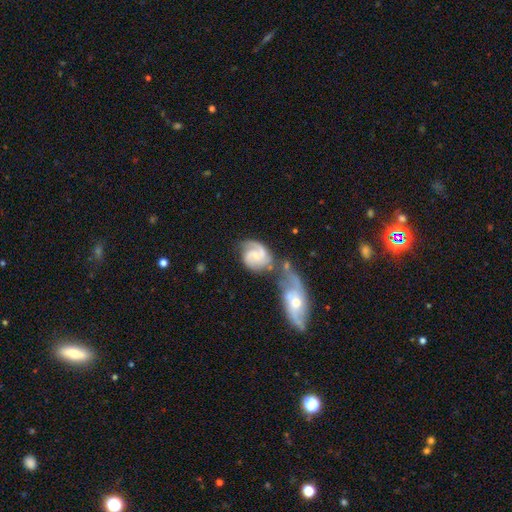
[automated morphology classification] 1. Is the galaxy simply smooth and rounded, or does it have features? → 84% featured or disk, 11% smooth, 5% star or artifact.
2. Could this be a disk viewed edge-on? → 98% no, 2% yes.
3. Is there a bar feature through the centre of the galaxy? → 56% no, 37% weak, 8% strong.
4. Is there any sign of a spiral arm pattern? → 97% yes, 3% no.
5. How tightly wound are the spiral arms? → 45% medium, 43% tight, 13% loose.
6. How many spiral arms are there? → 80% 2, 7% 3, 6% can't tell, 4% 1, 2% 4, 2% more than 4.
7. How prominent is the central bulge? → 61% small, 30% moderate, 7% none, 2% large, 1% dominant.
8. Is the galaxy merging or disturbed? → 40% merger, 36% none, 15% minor disturbance, 9% major disturbance.